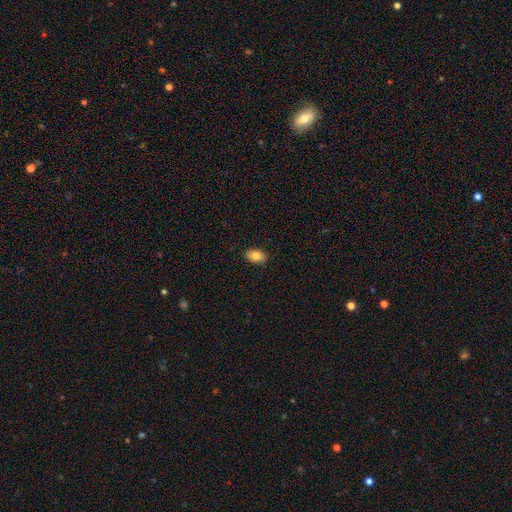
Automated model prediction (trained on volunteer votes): Overall: smooth (82%). How rounded: in between (88%). Merging: none (87%).